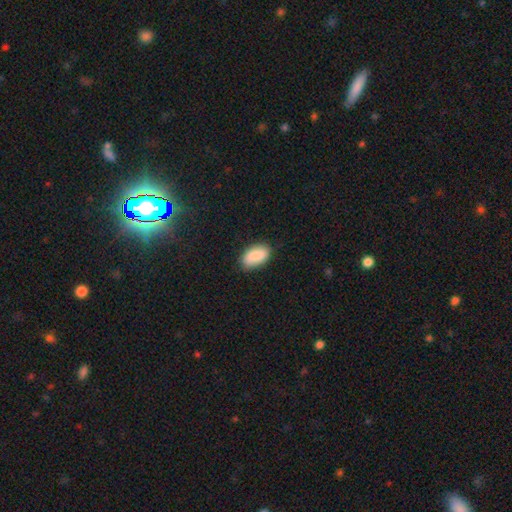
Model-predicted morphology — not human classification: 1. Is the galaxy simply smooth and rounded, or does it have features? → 85% smooth, 9% featured or disk, 6% star or artifact.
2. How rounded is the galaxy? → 93% in between, 4% round, 3% cigar-shaped.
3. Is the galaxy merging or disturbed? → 80% none, 16% minor disturbance, 3% major disturbance, 1% merger.